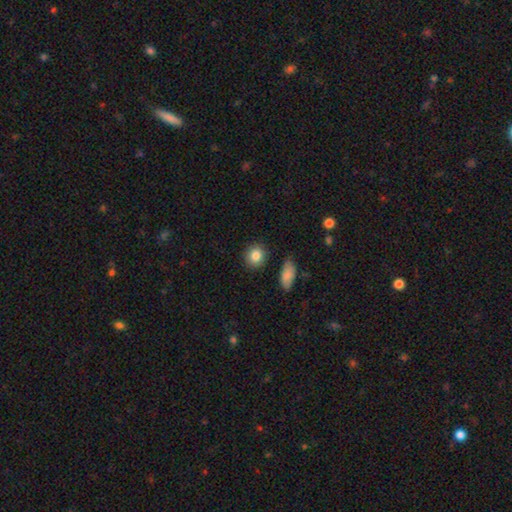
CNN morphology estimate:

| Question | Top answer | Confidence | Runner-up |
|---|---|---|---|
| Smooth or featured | smooth | 85% | star or artifact (8%) |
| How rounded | round | 78% | in between (21%) |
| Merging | none | 87% | minor disturbance (9%) |